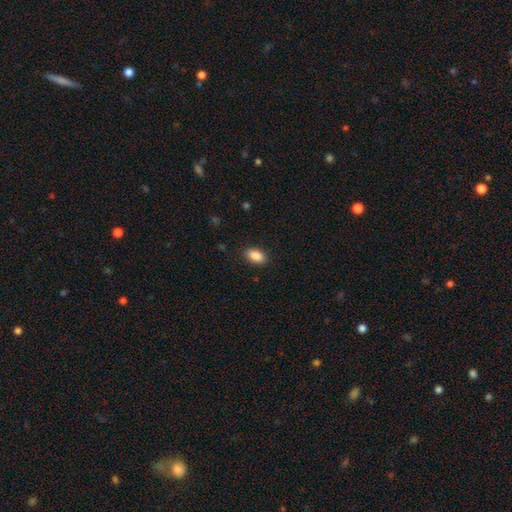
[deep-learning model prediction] Smooth or featured?
  - smooth: 89% *
  - star or artifact: 7%
  - featured or disk: 4%
How rounded?
  - in between: 92% *
  - round: 5%
  - cigar-shaped: 3%
Merging?
  - none: 88% *
  - minor disturbance: 9%
  - major disturbance: 2%
  - merger: 1%